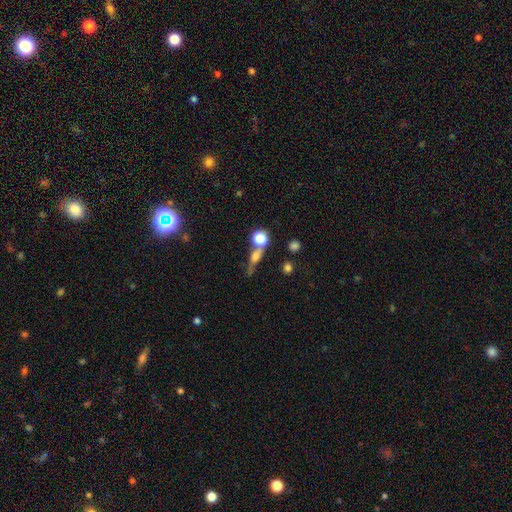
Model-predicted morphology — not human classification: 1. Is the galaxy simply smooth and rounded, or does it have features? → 51% smooth, 30% featured or disk, 20% star or artifact.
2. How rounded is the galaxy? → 40% round, 32% cigar-shaped, 28% in between.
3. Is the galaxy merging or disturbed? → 52% none, 23% merger, 15% minor disturbance, 10% major disturbance.